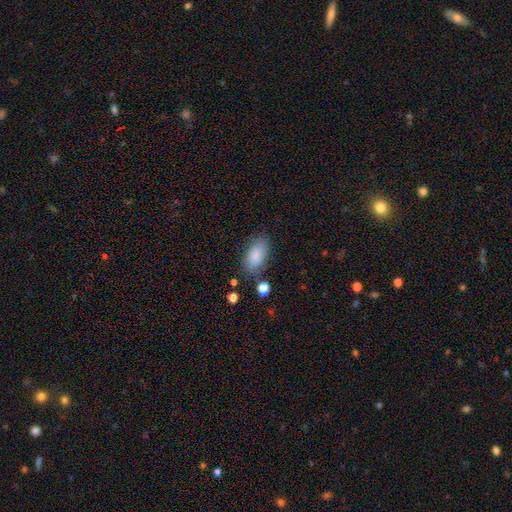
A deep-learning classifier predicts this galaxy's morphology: This is clearly a smooth galaxy (85%). How rounded: clearly in between (92%). Merging: likely none (76%).